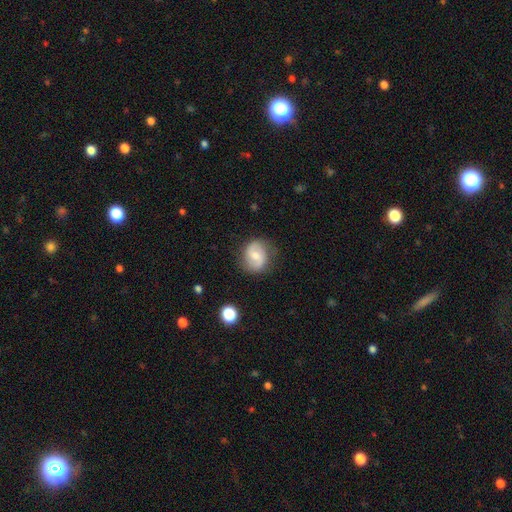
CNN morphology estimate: A smooth galaxy with no disk features (46%, tied with featured or disk). Merging: none (76%).